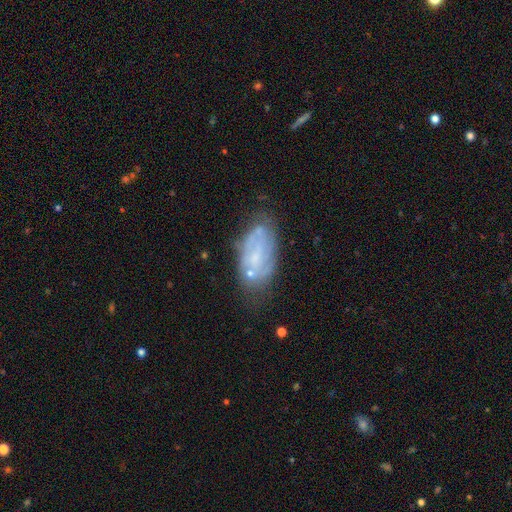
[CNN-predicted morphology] Smooth or featured?
  - featured or disk: 59% *
  - smooth: 31%
  - star or artifact: 10%
Edge-on disk?
  - no: 94% *
  - yes: 6%
Bar?
  - no: 66% *
  - weak: 27%
  - strong: 7%
Spiral arms?
  - no: 52% *
  - yes: 48%
Bulge size?
  - none: 44% *
  - small: 40%
  - moderate: 14%
  - large: 2%
  - dominant: 1%
Merging?
  - none: 57% *
  - minor disturbance: 25%
  - major disturbance: 11%
  - merger: 7%